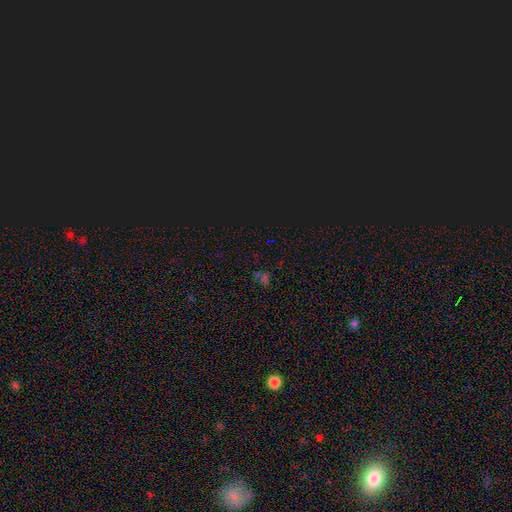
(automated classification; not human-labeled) Smooth or featured? star or artifact (67%)